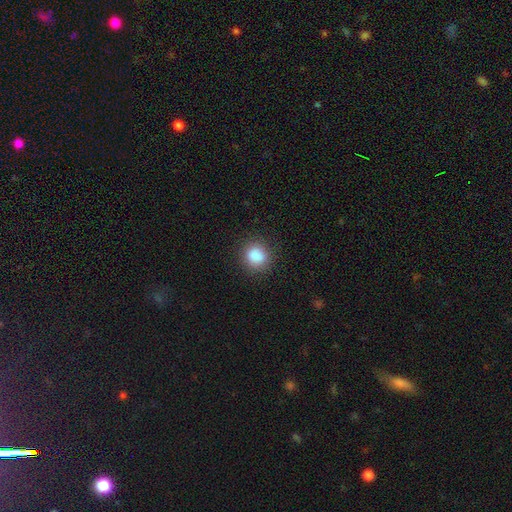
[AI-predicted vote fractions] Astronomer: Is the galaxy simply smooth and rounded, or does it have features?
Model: smooth — 87%.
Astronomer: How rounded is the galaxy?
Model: round — 83%.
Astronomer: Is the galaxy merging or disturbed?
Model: none — 86%.